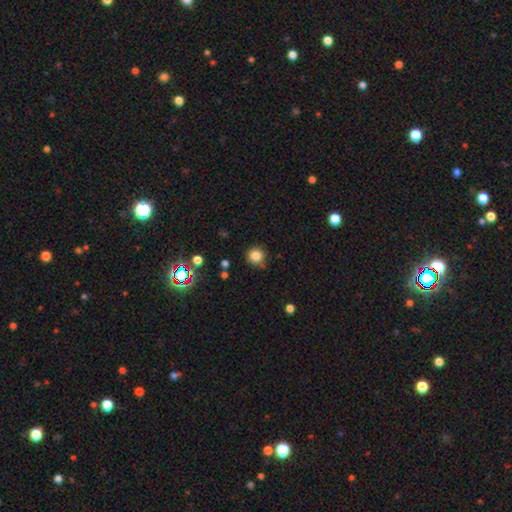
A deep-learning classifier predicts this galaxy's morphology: smooth-or-featured: smooth: 82% | star or artifact: 13% | featured or disk: 5%
  how-rounded: round: 93% | in between: 6% | cigar-shaped: 1%
  merging: none: 81% | minor disturbance: 12% | merger: 4% | major disturbance: 3%